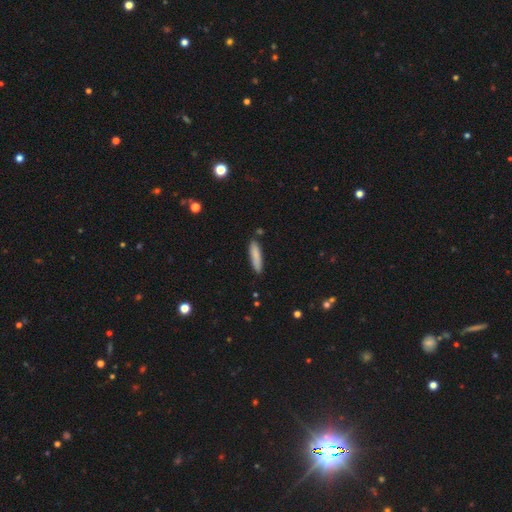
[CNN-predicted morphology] smooth-or-featured: smooth: 84% | featured or disk: 10% | star or artifact: 6%
  how-rounded: cigar-shaped: 78% | in between: 21% | round: 1%
  merging: none: 83% | minor disturbance: 12% | merger: 3% | major disturbance: 2%